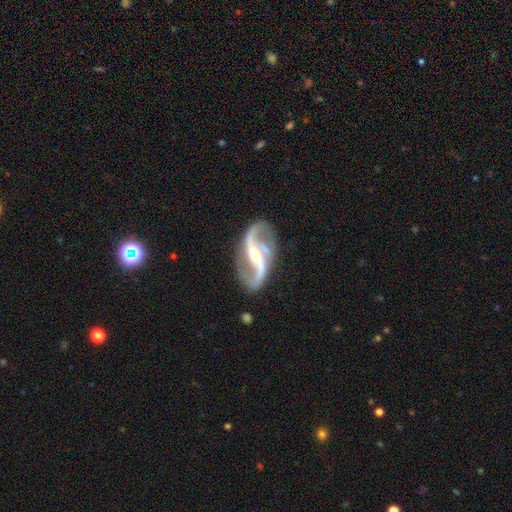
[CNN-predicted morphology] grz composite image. It shows a featured or disk galaxy (91%) with a strong bar (44%), 2 (91%) loose (58%) spiral arms (97%) and a small central bulge (47%). Merging: none (75%).